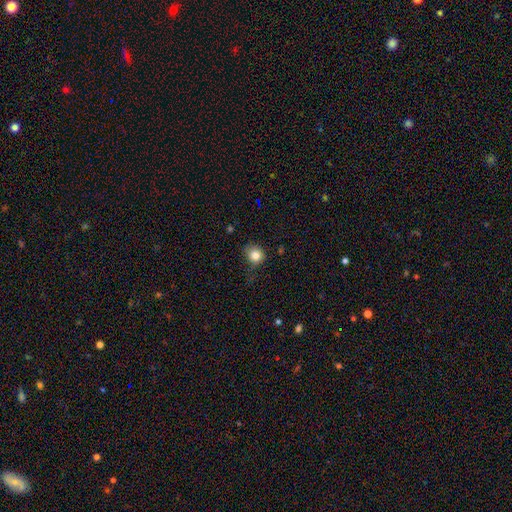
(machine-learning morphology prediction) This appears to be a smooth galaxy with no disk features (82%) that is round (83%). Merging: none (65%).